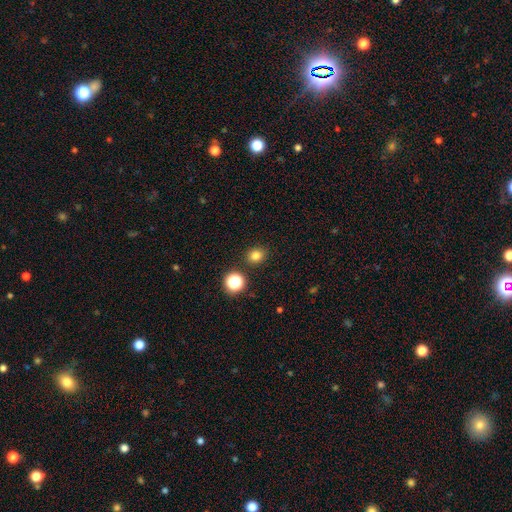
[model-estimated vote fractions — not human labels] smooth 80%, star or artifact 15%, featured or disk 5%. Down the decision tree: how rounded — round (76%); merging — none (88%).